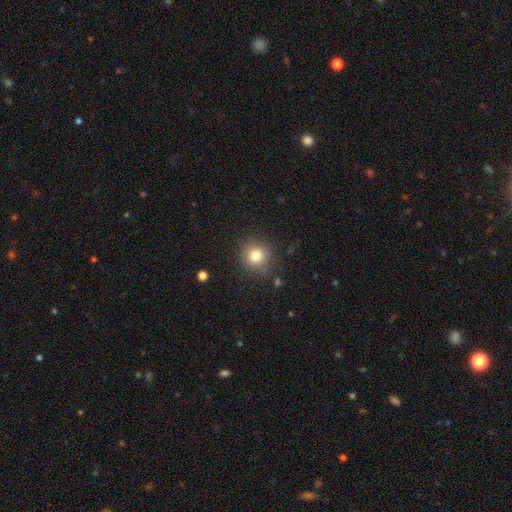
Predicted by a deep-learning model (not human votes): This appears to be a smooth galaxy with no disk features (81%) that is round (90%). Merging: none (87%).